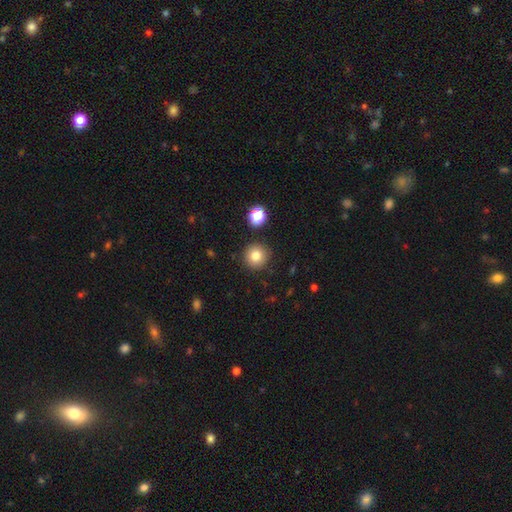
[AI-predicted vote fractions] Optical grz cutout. It shows a smooth galaxy with no disk features (81%) that is round (94%). Merging: none (88%).